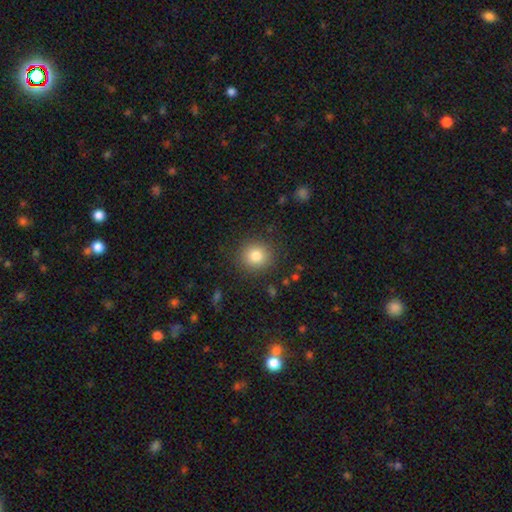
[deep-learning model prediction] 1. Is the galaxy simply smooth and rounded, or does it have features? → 82% smooth, 11% star or artifact, 7% featured or disk.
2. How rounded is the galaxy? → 90% round, 9% in between, 1% cigar-shaped.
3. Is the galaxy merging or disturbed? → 89% none, 7% minor disturbance, 3% major disturbance, 1% merger.